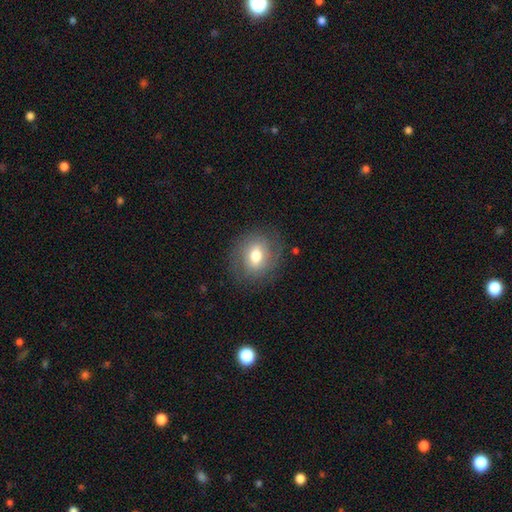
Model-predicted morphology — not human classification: This is likely a smooth galaxy (61%). How rounded: likely round (62%). Merging: likely none (79%).